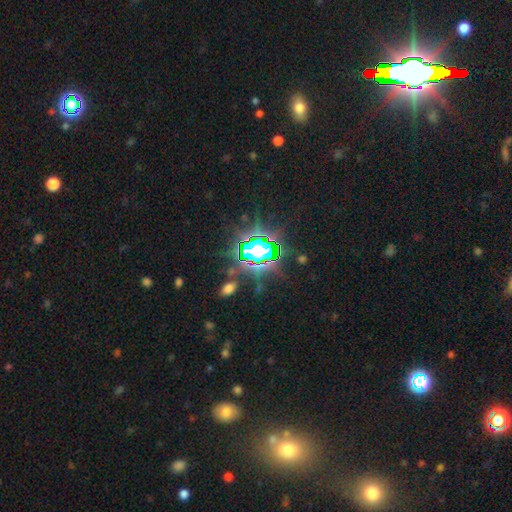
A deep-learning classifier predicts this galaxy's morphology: The model was most divided on "smooth or featured": star or artifact: 73%, smooth: 16%, featured or disk: 11%.